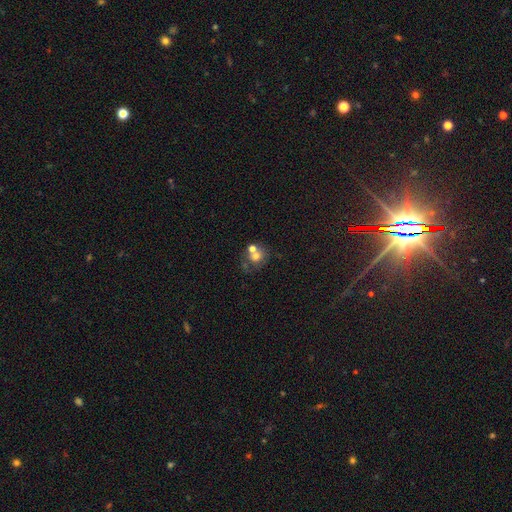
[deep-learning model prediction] The model was most divided on "merging": merger: 44%, none: 38%, minor disturbance: 11%, major disturbance: 7%. More confident: how rounded — round (75%); smooth or featured — smooth (61%).